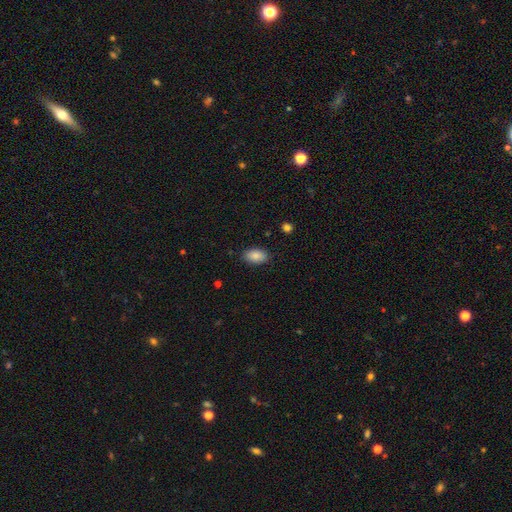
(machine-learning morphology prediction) A smooth galaxy with no disk features (88%) that is in between round and cigar-shaped (92%). Merging: none (86%).